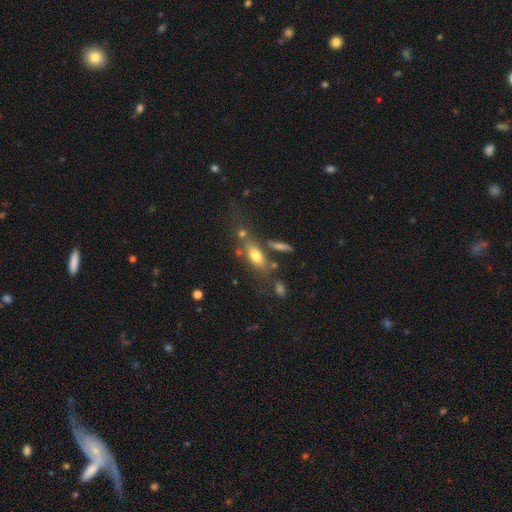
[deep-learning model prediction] A smooth galaxy with no disk features (69%) that is in between round and cigar-shaped (74%).

Vote fractions:
- Smooth or featured? smooth: 69% / featured or disk: 20% / star or artifact: 10%
- How rounded? in between: 74% / cigar-shaped: 19% / round: 7%
- Merging? none: 58% / minor disturbance: 17% / merger: 16% / major disturbance: 9%